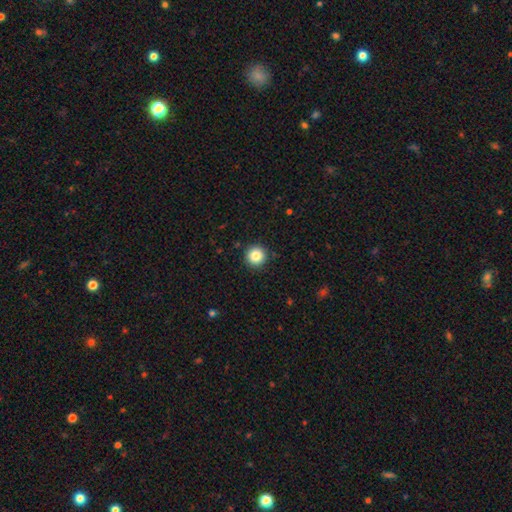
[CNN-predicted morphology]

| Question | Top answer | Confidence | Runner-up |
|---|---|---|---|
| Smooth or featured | smooth | 86% | star or artifact (10%) |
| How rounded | round | 96% | in between (3%) |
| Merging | none | 92% | minor disturbance (5%) |